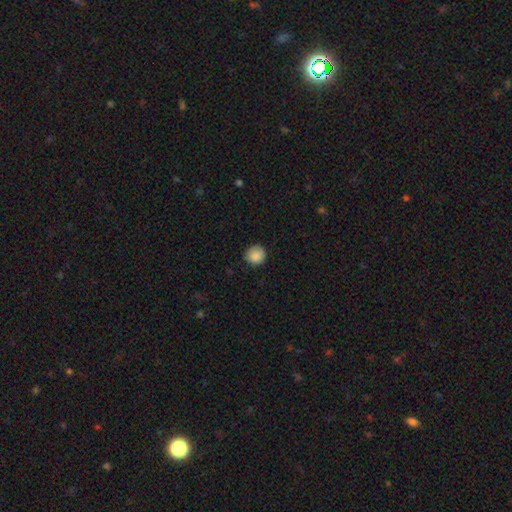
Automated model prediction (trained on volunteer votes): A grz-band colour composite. It shows a smooth galaxy with no disk features (88%) that is round (91%). Merging: none (83%).